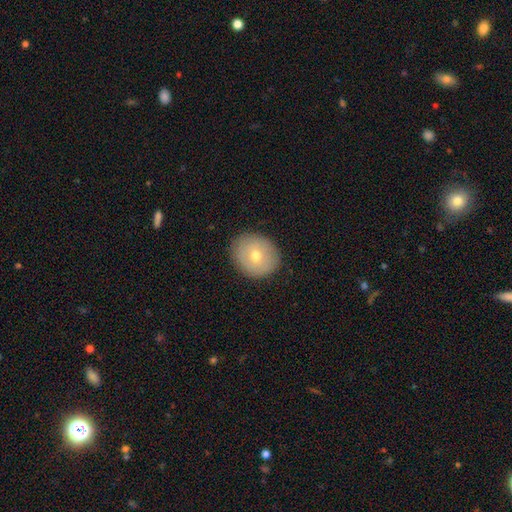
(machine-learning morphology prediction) The model was most divided on "how rounded": round: 68%, in between: 31%, cigar-shaped: 1%. More confident: merging — none (88%); smooth or featured — smooth (66%).